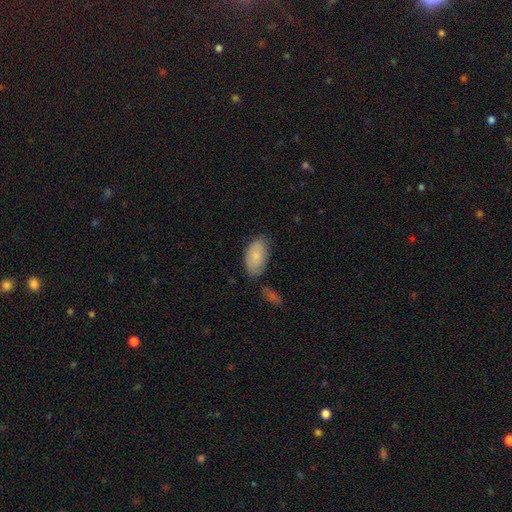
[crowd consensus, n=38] A smooth galaxy with no disk features (84%) that is in between round and cigar-shaped (100%).

Vote fractions:
- Smooth or featured? smooth: 84% / featured or disk: 11% / star or artifact: 5%
- How rounded? in between: 100% / round: 0% / cigar-shaped: 0%
- Merging? none: 44% / minor disturbance: 36% / merger: 14% / major disturbance: 6%